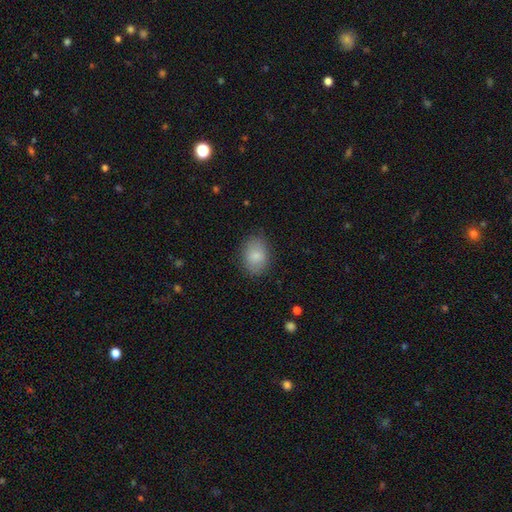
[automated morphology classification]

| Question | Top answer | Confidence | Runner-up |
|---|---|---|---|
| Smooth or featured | smooth | 84% | featured or disk (8%) |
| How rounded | in between | 70% | round (29%) |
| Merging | none | 84% | minor disturbance (11%) |